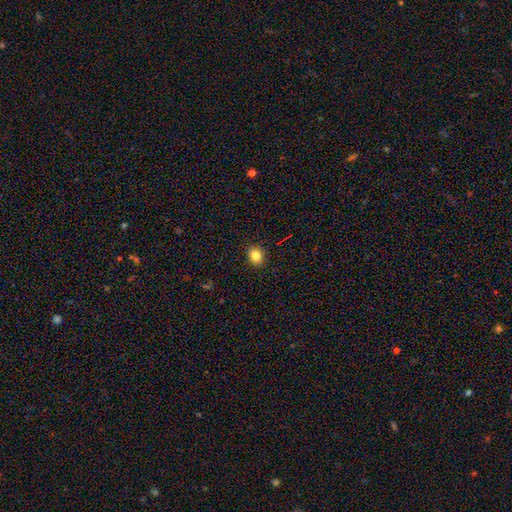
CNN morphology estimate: smooth_or_featured: smooth (p=0.82) [alt: star or artifact p=0.12]
how_rounded: round (p=0.76) [alt: in between p=0.23]
merging: none (p=0.91) [alt: minor disturbance p=0.06]